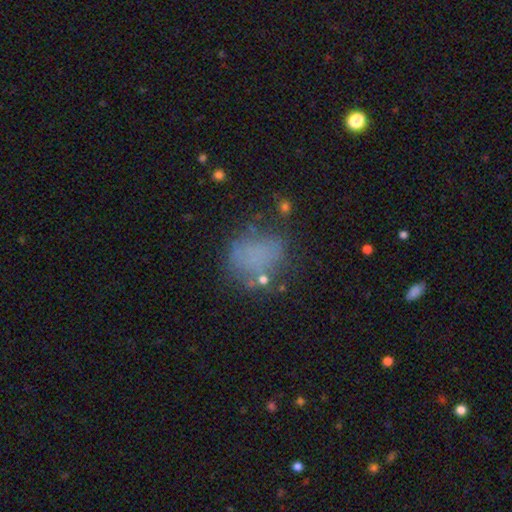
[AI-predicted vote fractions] Smooth or featured: smooth — 63% (star or artifact — 19%)
How rounded: round — 49% (tied with in between — 49%)
Merging: none — 54% (minor disturbance — 23%)